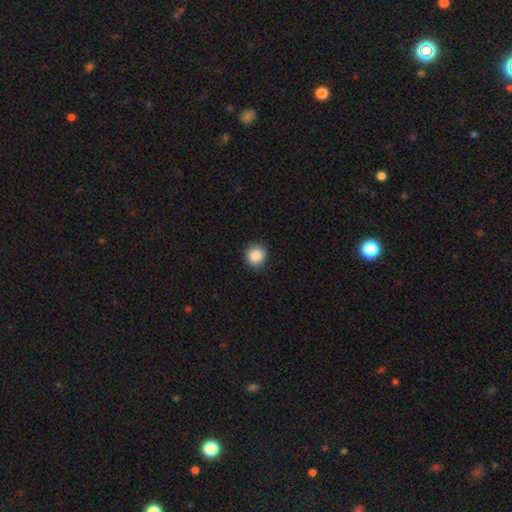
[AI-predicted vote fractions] This appears to be a smooth galaxy with no disk features (87%) that is round (88%). Merging: none (88%).